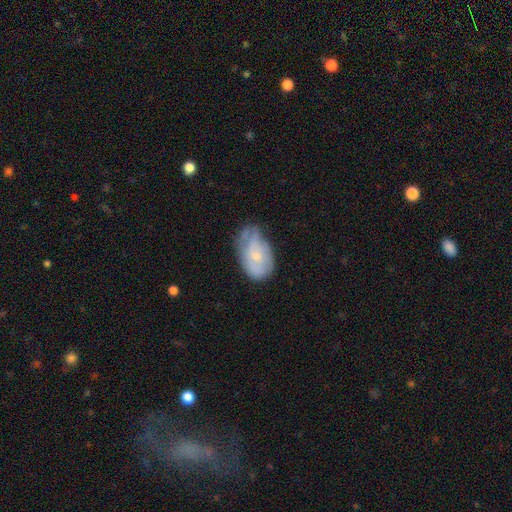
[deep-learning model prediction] This appears to be a featured or disk galaxy (47%). Merging: none (41%).